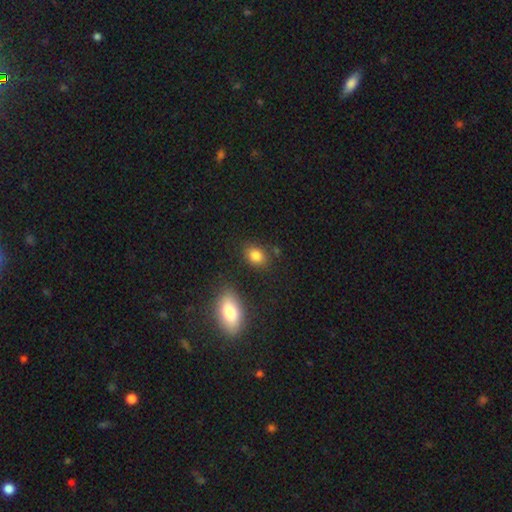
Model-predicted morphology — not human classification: smooth 84%, star or artifact 10%, featured or disk 6%. Down the decision tree: how rounded — in between (70%); merging — none (79%).